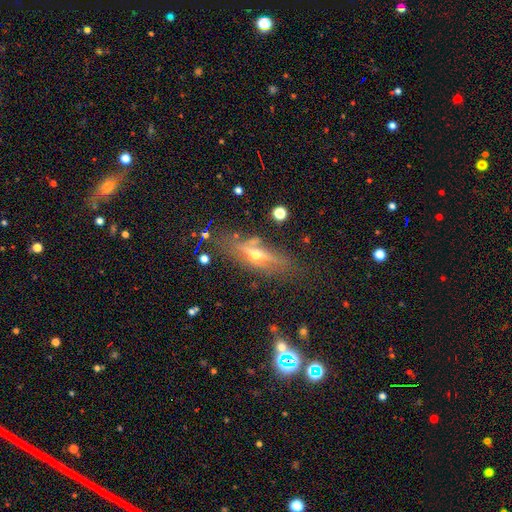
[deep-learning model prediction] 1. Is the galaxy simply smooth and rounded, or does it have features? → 68% featured or disk, 21% smooth, 11% star or artifact.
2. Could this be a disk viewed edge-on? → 87% yes, 13% no.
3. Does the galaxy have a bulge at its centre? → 91% rounded, 5% none, 4% boxy.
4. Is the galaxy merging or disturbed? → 73% none, 16% minor disturbance, 8% major disturbance, 4% merger.